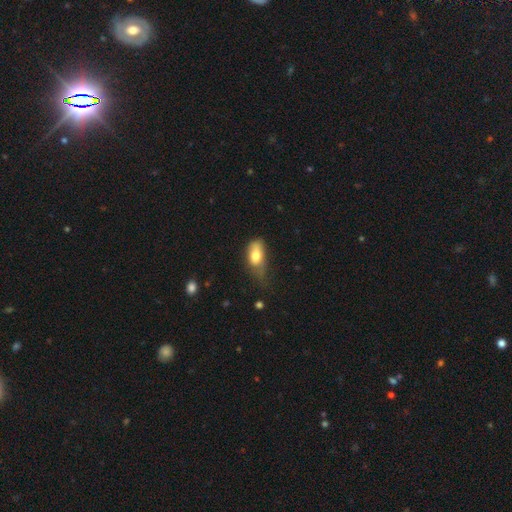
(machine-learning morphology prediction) Smooth or featured: smooth — 73% (featured or disk — 19%)
How rounded: in between — 86% (round — 7%)
Merging: minor disturbance — 41% (none — 29%)